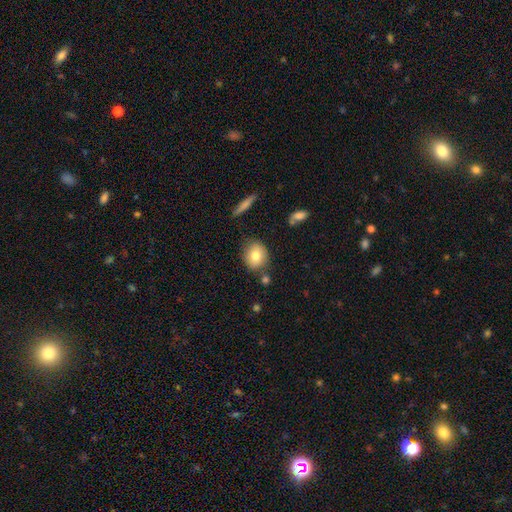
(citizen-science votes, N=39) smooth-or-featured: smooth: 77% | featured or disk: 13% | star or artifact: 10%
  how-rounded: round: 60% | in between: 37% | cigar-shaped: 3%
  merging: none: 63% | minor disturbance: 23% | merger: 9% | major disturbance: 6%